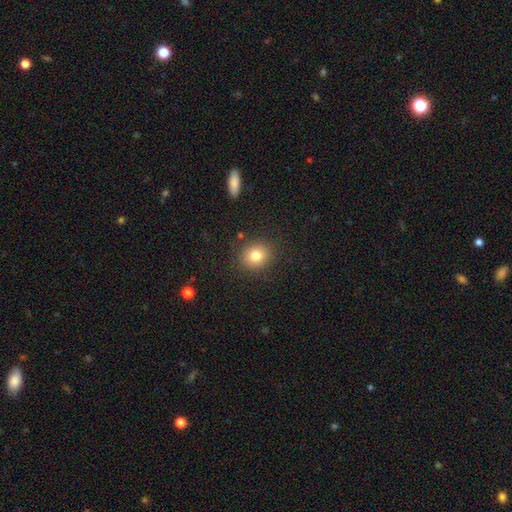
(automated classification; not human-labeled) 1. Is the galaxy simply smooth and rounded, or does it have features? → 80% smooth, 11% star or artifact, 9% featured or disk.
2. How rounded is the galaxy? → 75% round, 24% in between, 1% cigar-shaped.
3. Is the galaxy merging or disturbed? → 88% none, 8% minor disturbance, 3% major disturbance, 2% merger.